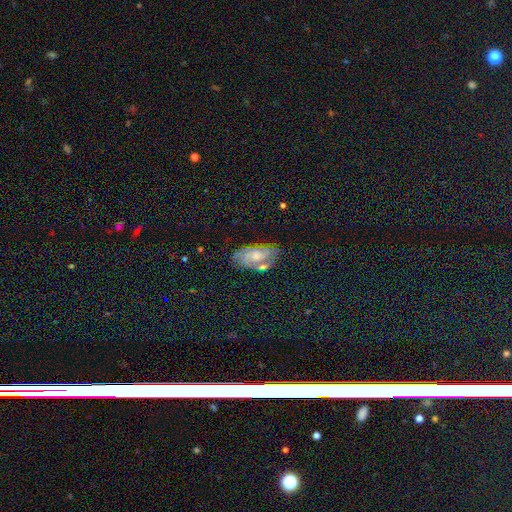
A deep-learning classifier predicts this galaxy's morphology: type=featured or disk (54%); edge-on=no (95%); bar=no (63%); spiral arms=yes (89%); bulge=small (42%); merging=none (72%).